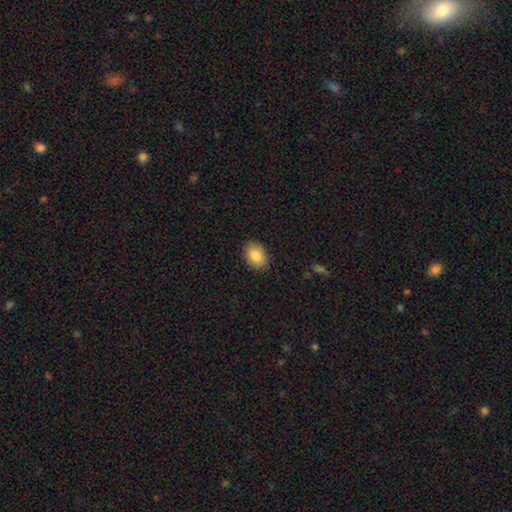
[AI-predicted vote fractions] Smooth or featured: smooth — 85% (featured or disk — 8%)
How rounded: in between — 82% (round — 17%)
Merging: none — 88% (minor disturbance — 9%)